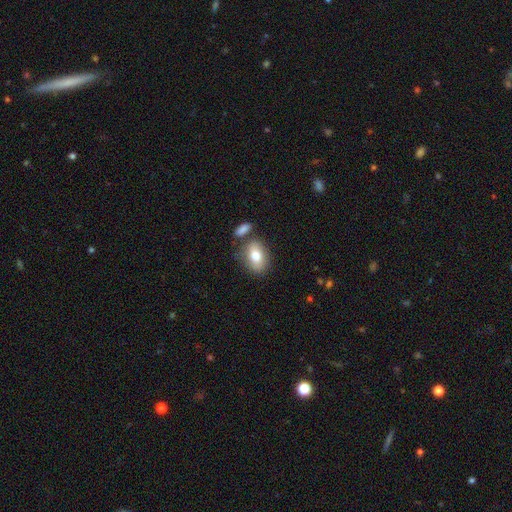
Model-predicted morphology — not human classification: A smooth galaxy with no disk features (77%) that is in between round and cigar-shaped (79%). Merging: none (66%).